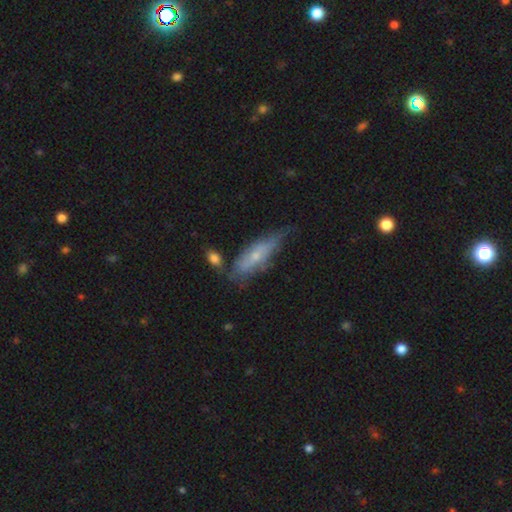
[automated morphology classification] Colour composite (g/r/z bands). It shows a smooth galaxy with no disk features (48%). Merging: none (44%).